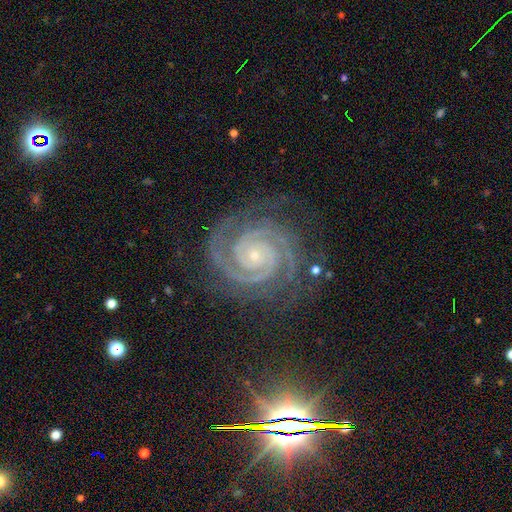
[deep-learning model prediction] smooth_or_featured: featured or disk (p=0.92) [alt: star or artifact p=0.06]
disk_edge_on: no (p=0.98) [alt: yes p=0.02]
bar: no (p=0.74) [alt: weak p=0.16]
has_spiral_arms: yes (p=0.99) [alt: no p=0.01]
spiral_winding: tight (p=0.84) [alt: medium p=0.14]
spiral_arm_count: 2 (p=0.77) [alt: 3 p=0.11]
bulge_size: small (p=0.82) [alt: moderate p=0.13]
merging: none (p=0.79) [alt: minor disturbance p=0.14]